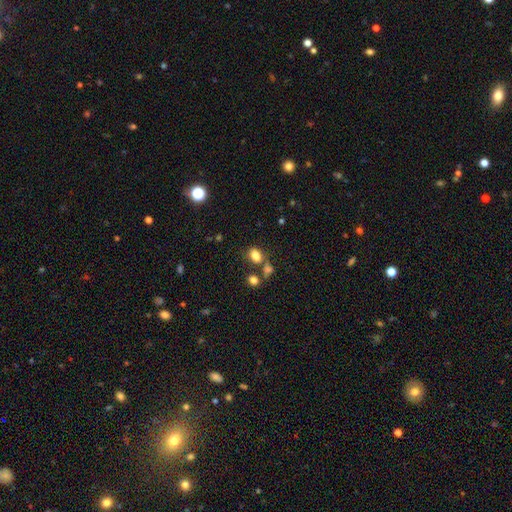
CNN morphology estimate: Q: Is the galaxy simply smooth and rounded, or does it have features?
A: smooth — 80%.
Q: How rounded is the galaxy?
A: in between — 78%.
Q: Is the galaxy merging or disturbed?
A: none — 61%.